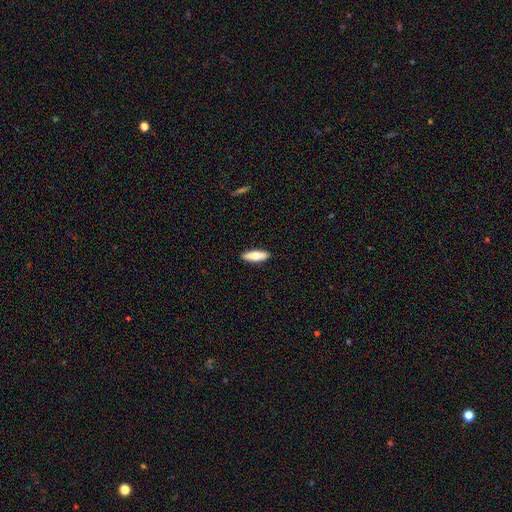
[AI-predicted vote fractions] smooth-or-featured: smooth: 72% | featured or disk: 23% | star or artifact: 6%
  how-rounded: cigar-shaped: 52% | in between: 46% | round: 2%
  merging: none: 90% | minor disturbance: 7% | major disturbance: 2% | merger: 1%